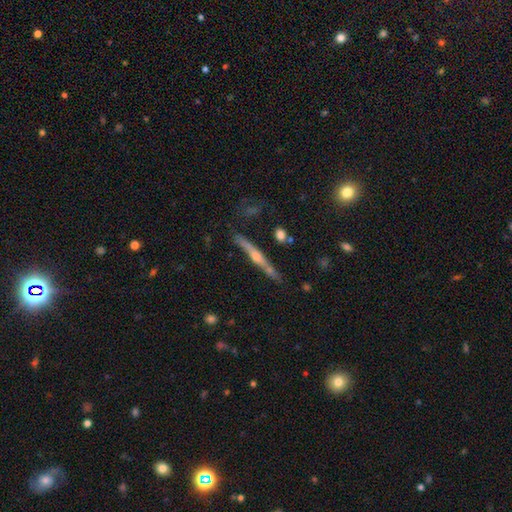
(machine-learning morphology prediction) Smooth or featured?
  - featured or disk: 69% *
  - smooth: 23%
  - star or artifact: 8%
Edge-on disk?
  - yes: 96% *
  - no: 4%
Edge-on bulge?
  - rounded: 73% *
  - none: 16%
  - boxy: 11%
Merging?
  - none: 79% *
  - minor disturbance: 14%
  - merger: 4%
  - major disturbance: 3%